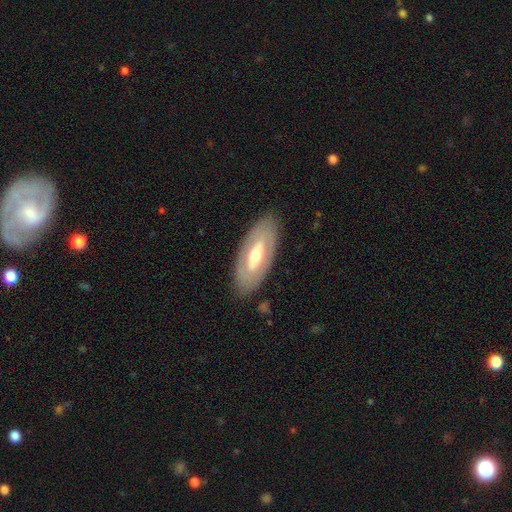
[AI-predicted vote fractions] Morphology: type=featured or disk (58%); edge-on=no (82%); merging=none (84%).